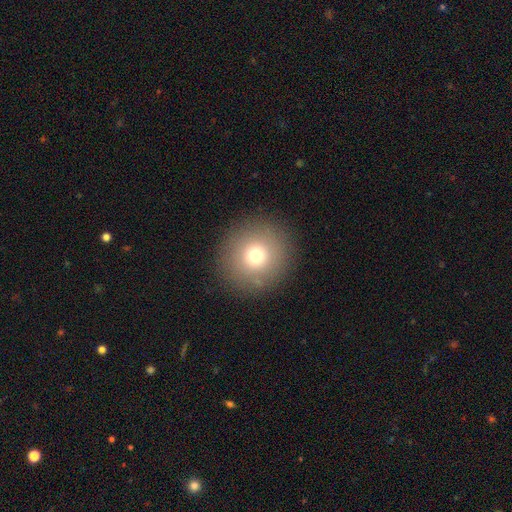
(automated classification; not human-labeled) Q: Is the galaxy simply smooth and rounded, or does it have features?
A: smooth — 72%.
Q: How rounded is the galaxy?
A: round — 94%.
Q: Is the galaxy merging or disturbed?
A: none — 89%.